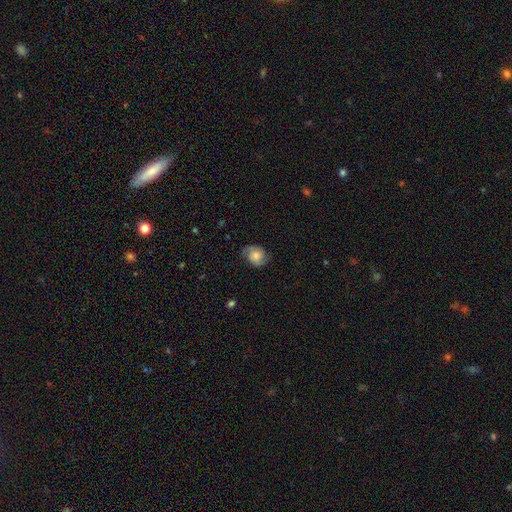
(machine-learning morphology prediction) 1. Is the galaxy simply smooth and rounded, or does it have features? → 52% featured or disk, 39% smooth, 9% star or artifact.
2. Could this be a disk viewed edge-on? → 97% no, 3% yes.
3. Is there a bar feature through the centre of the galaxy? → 73% no, 23% weak, 4% strong.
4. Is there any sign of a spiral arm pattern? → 90% yes, 10% no.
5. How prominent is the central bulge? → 45% moderate, 29% small, 15% large, 9% none, 3% dominant.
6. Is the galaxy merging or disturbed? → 73% none, 20% minor disturbance, 6% major disturbance, 1% merger.